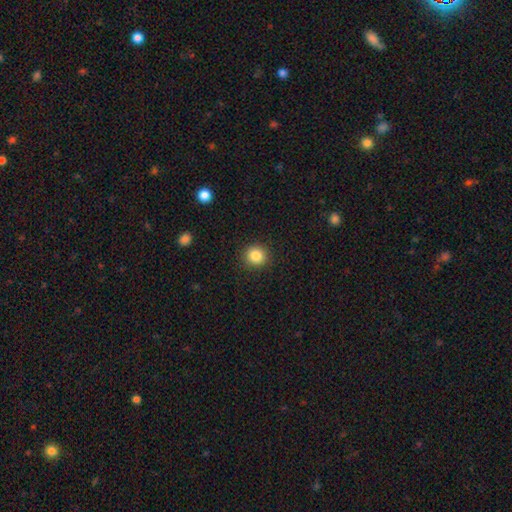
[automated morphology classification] The model was most divided on "smooth or featured": smooth: 85%, star or artifact: 10%, featured or disk: 5%. More confident: merging — none (90%); how rounded — round (88%).